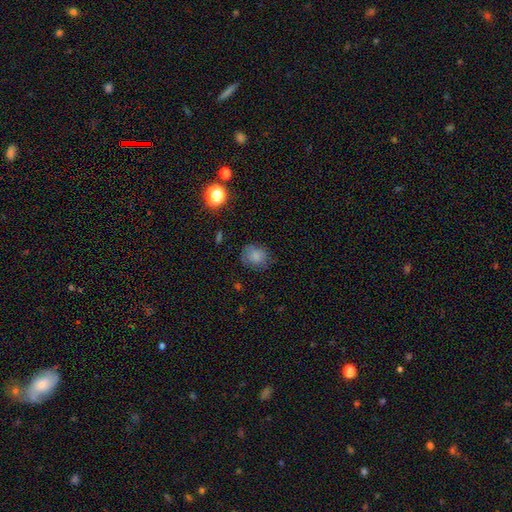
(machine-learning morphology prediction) The model was most divided on "how rounded": round: 69%, in between: 30%, cigar-shaped: 1%. More confident: smooth or featured — smooth (80%); merging — none (71%).